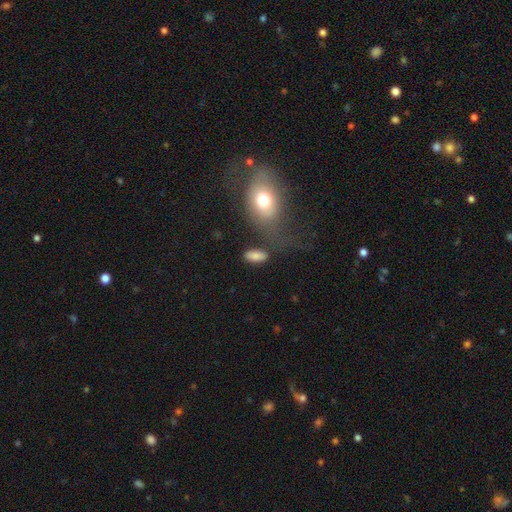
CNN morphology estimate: A smooth galaxy with no disk features (82%) that is in between round and cigar-shaped (84%).

Vote fractions:
- Smooth or featured? smooth: 82% / featured or disk: 10% / star or artifact: 8%
- How rounded? in between: 84% / cigar-shaped: 10% / round: 6%
- Merging? none: 68% / minor disturbance: 15% / merger: 9% / major disturbance: 7%